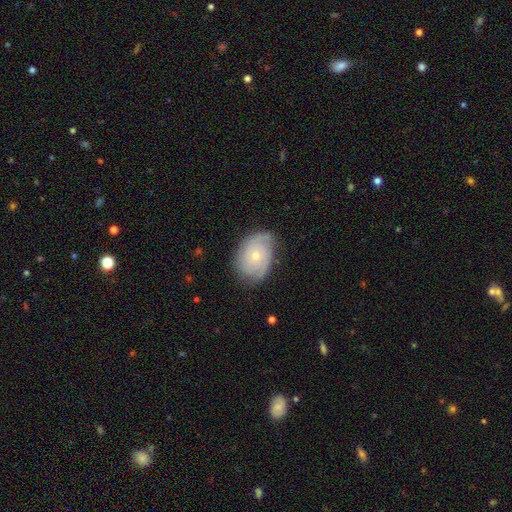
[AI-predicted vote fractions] Overall: featured or disk (59%; smooth 34%). Edge-on disk: no (96%). Bar: no (83%). Spiral arms: yes (83%). Bulge size: small (65%; moderate 32%). Merging: none (67%).